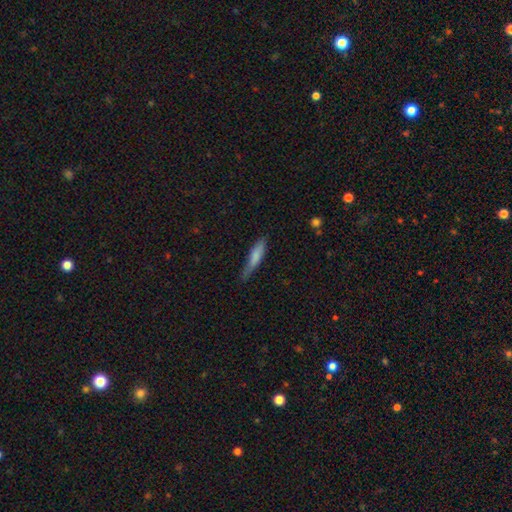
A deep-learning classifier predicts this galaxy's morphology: A smooth galaxy with no disk features (74%) that is cigar-shaped (78%).

Vote fractions:
- Smooth or featured? smooth: 74% / featured or disk: 20% / star or artifact: 6%
- How rounded? cigar-shaped: 78% / in between: 20% / round: 2%
- Merging? none: 61% / minor disturbance: 31% / major disturbance: 6% / merger: 2%